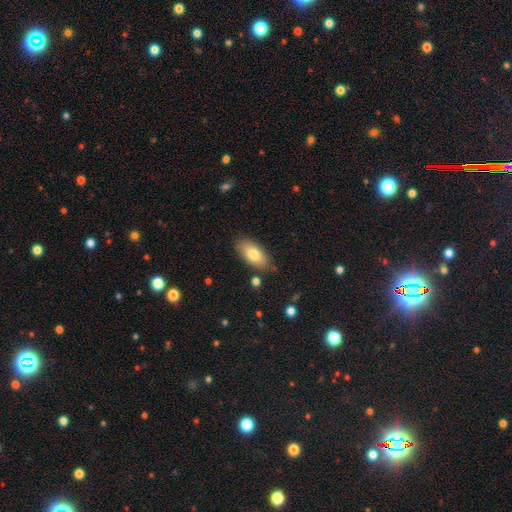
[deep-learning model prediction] Smooth or featured: smooth — 77% (featured or disk — 16%)
How rounded: in between — 91% (cigar-shaped — 6%)
Merging: none — 82% (minor disturbance — 13%)